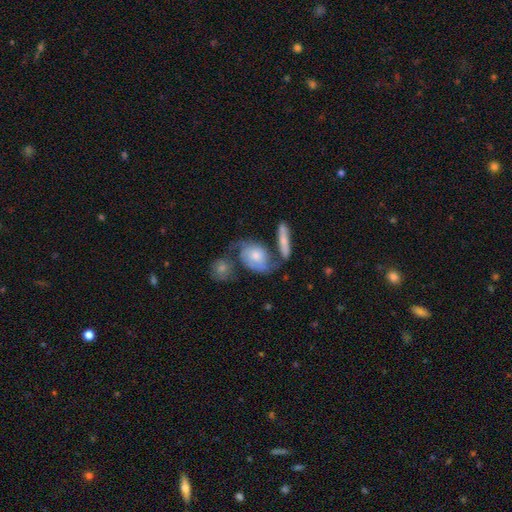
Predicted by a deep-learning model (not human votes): This appears to be a featured or disk galaxy (75%) with no bar (71%), 2 (81%) medium (46%) spiral arms (92%) and a moderate central bulge (50%). Merging: none (44%).